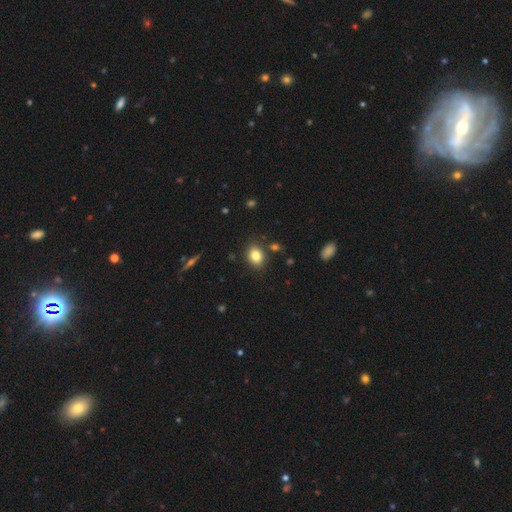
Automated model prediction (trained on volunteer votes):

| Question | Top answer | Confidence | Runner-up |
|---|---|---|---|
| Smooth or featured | smooth | 82% | star or artifact (10%) |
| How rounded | in between | 62% | round (37%) |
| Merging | none | 84% | minor disturbance (9%) |